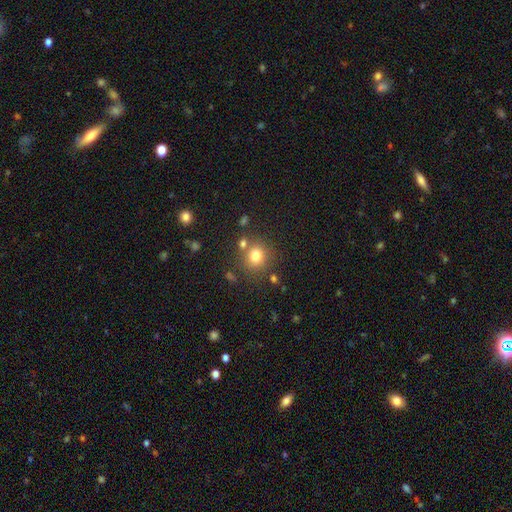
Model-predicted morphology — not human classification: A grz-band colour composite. It shows a smooth galaxy with no disk features (78%) that is round (84%). Merging: none (75%).